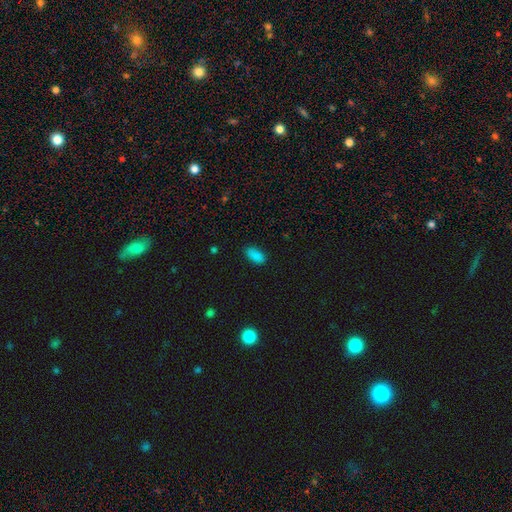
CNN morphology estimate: smooth_or_featured: smooth (p=0.84) [alt: star or artifact p=0.11]
how_rounded: in between (p=0.91) [alt: cigar-shaped p=0.05]
merging: none (p=0.78) [alt: minor disturbance p=0.17]